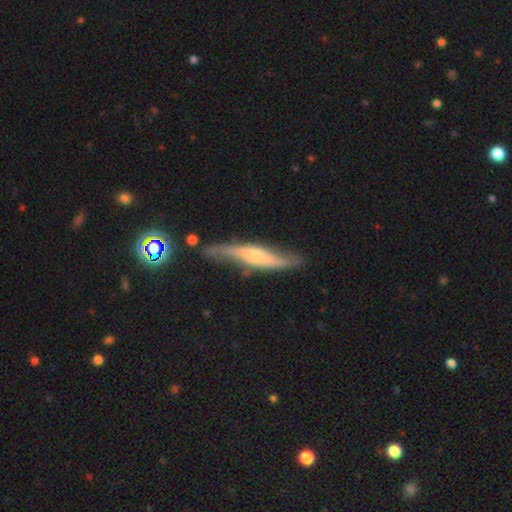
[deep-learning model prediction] A featured or disk galaxy (67%) viewed edge-on (72%). Merging: none (65%).